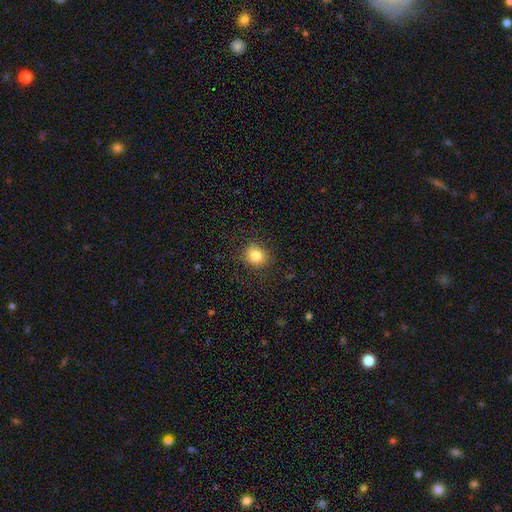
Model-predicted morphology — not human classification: Smooth or featured: smooth — 82% (star or artifact — 11%)
How rounded: round — 82% (in between — 17%)
Merging: none — 88% (minor disturbance — 8%)